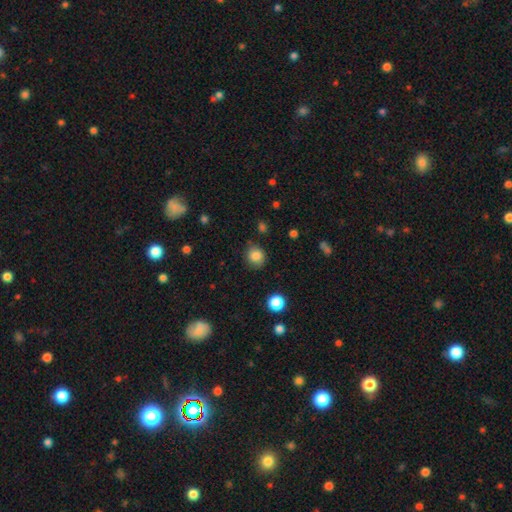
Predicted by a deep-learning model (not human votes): smooth 85%, star or artifact 11%, featured or disk 5%. Down the decision tree: how rounded — round (84%); merging — none (82%).